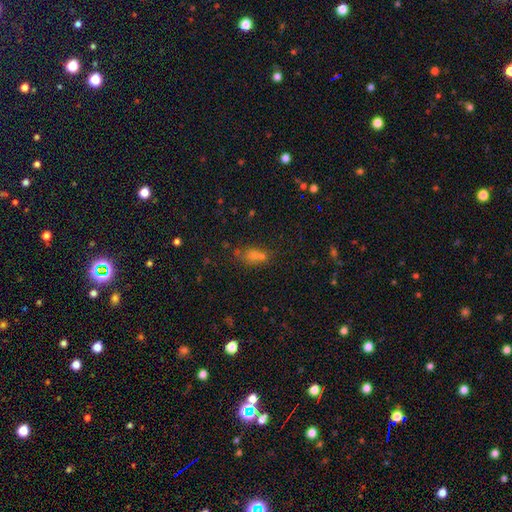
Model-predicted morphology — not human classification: A smooth galaxy with no disk features (63%) that is in between round and cigar-shaped (72%).

Vote fractions:
- Smooth or featured? smooth: 63% / star or artifact: 23% / featured or disk: 15%
- How rounded? in between: 72% / round: 19% / cigar-shaped: 8%
- Merging? none: 40% / merger: 33% / minor disturbance: 16% / major disturbance: 11%